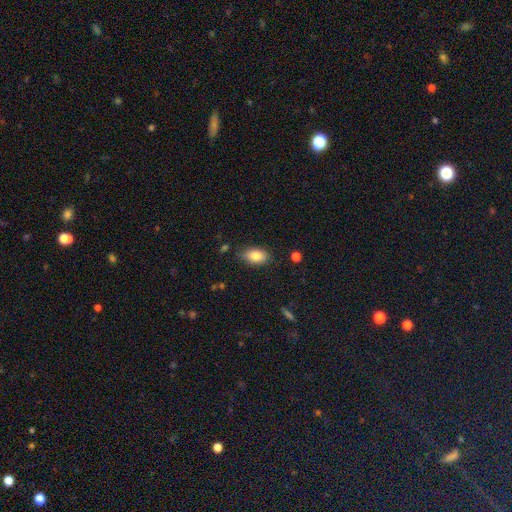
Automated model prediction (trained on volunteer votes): smooth-or-featured: smooth: 84% | featured or disk: 8% | star or artifact: 8%
  how-rounded: in between: 90% | round: 7% | cigar-shaped: 2%
  merging: none: 82% | minor disturbance: 14% | major disturbance: 3% | merger: 2%